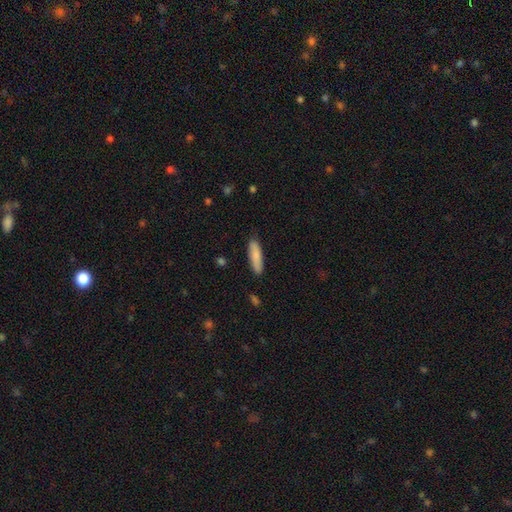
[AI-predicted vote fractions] The model was most divided on "how rounded": cigar-shaped: 66%, in between: 33%, round: 1%. More confident: merging — none (86%); smooth or featured — smooth (84%).